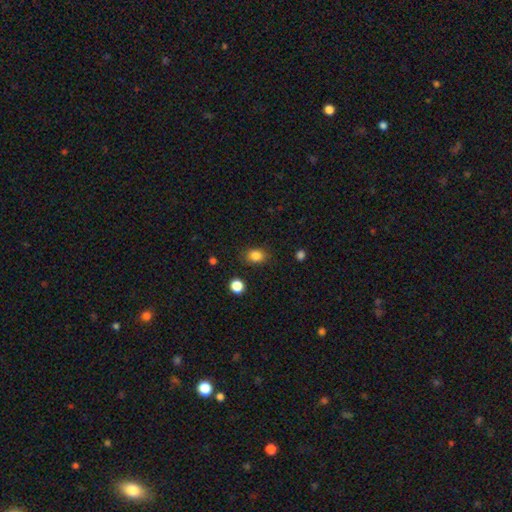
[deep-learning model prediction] Q: Smooth or featured?
A: smooth (85%); runner-up: star or artifact (11%)
Q: How rounded?
A: in between (56%); runner-up: round (43%)
Q: Merging?
A: none (83%); runner-up: minor disturbance (12%)